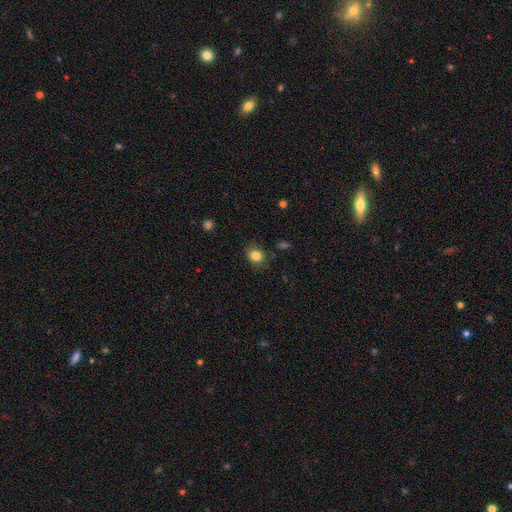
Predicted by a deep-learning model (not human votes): Q: Smooth or featured?
A: smooth (83%); runner-up: star or artifact (11%)
Q: How rounded?
A: round (65%); runner-up: in between (34%)
Q: Merging?
A: none (81%); runner-up: minor disturbance (14%)